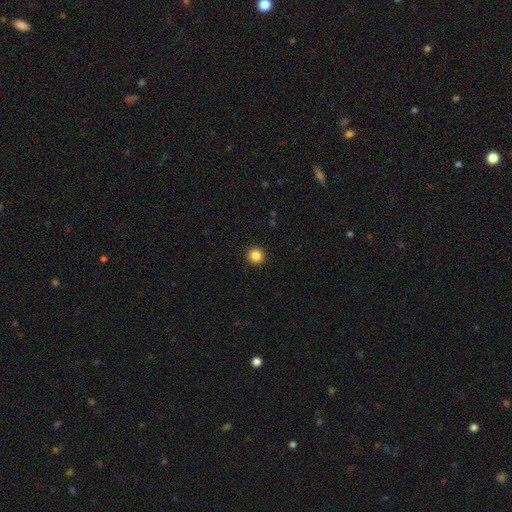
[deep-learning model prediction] smooth-or-featured: smooth: 85% | star or artifact: 11% | featured or disk: 4%
  how-rounded: round: 94% | in between: 5% | cigar-shaped: 1%
  merging: none: 93% | minor disturbance: 4% | major disturbance: 2% | merger: 1%